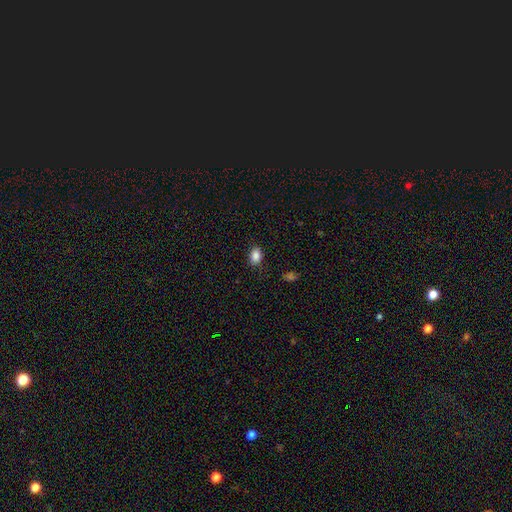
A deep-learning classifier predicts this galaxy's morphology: A smooth galaxy with no disk features (86%) that is in between round and cigar-shaped (74%). Merging: none (85%).